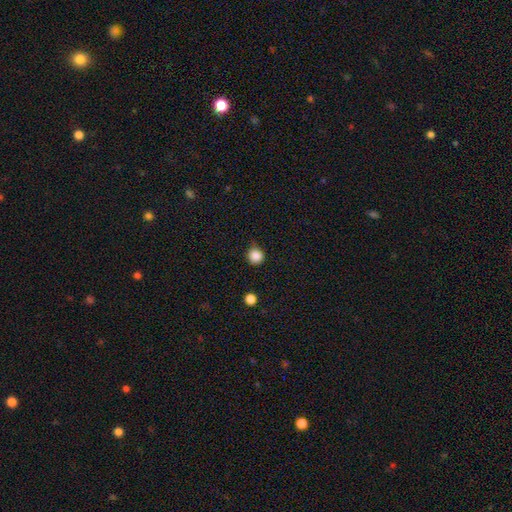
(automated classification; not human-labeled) Morphology: type=smooth (86%); roundness=round (93%); merging=none (81%).